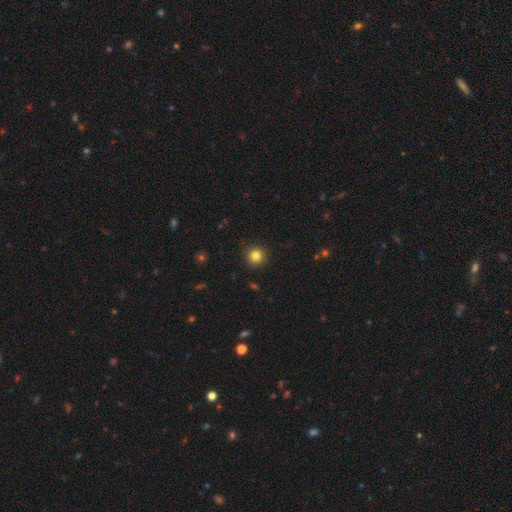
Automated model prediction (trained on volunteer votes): Q: Smooth or featured?
A: smooth (82%); runner-up: star or artifact (12%)
Q: How rounded?
A: round (95%); runner-up: in between (4%)
Q: Merging?
A: none (92%); runner-up: minor disturbance (5%)